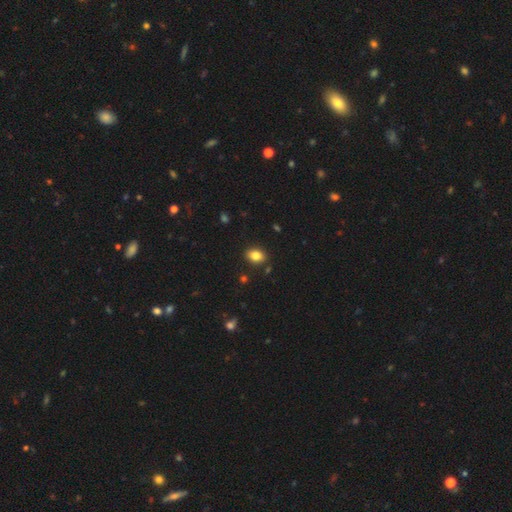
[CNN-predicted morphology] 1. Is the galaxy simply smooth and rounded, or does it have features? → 84% smooth, 10% star or artifact, 7% featured or disk.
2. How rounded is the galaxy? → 69% in between, 30% round, 1% cigar-shaped.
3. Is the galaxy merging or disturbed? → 88% none, 8% minor disturbance, 2% major disturbance, 2% merger.